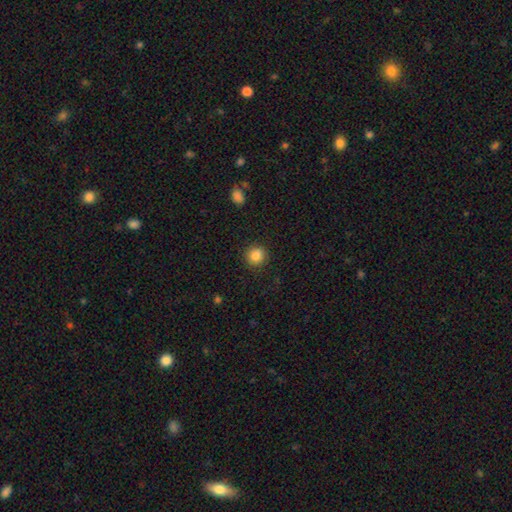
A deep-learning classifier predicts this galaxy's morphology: Smooth or featured? smooth (86%)
How rounded? round (90%)
Merging? none (90%)